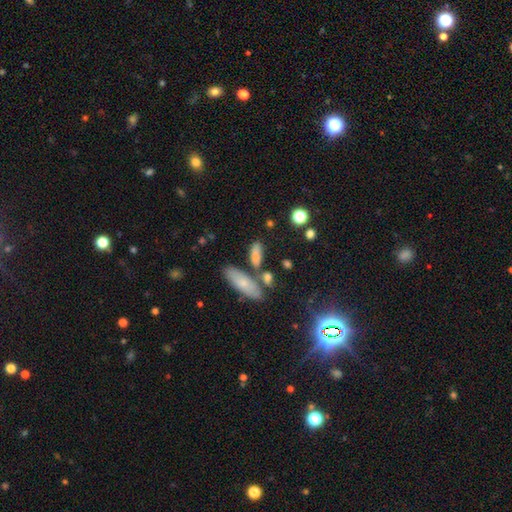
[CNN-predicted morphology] Smooth or featured? Predicted: smooth (p=0.76). How rounded? Predicted: in between (p=0.65). Merging? Predicted: none (p=0.58).